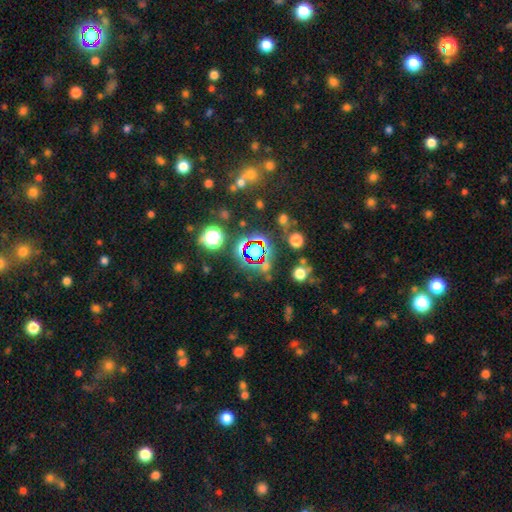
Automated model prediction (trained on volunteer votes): A star or artifact, not a galaxy (64%).